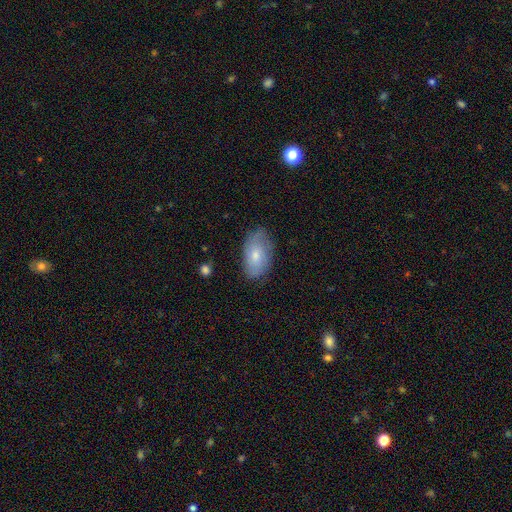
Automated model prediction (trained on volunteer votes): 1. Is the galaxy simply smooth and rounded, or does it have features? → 64% smooth, 30% featured or disk, 7% star or artifact.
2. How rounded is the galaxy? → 93% in between, 5% round, 2% cigar-shaped.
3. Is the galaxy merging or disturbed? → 73% none, 21% minor disturbance, 5% major disturbance, 1% merger.